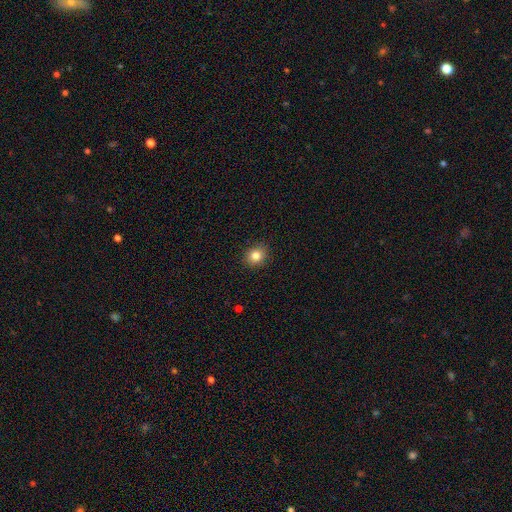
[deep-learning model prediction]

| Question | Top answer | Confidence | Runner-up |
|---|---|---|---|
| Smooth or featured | smooth | 83% | star or artifact (11%) |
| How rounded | round | 74% | in between (25%) |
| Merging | none | 90% | minor disturbance (7%) |